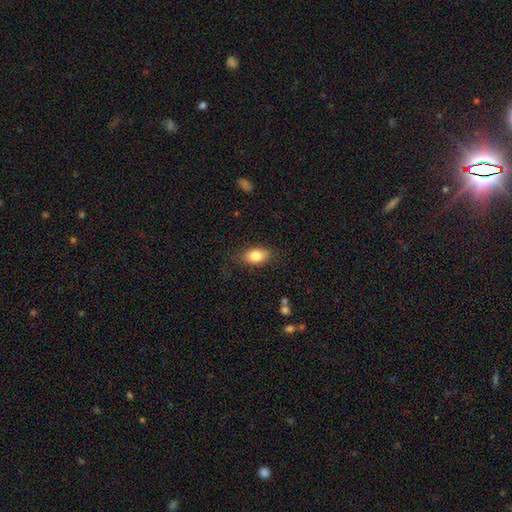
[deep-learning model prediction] Morphology: type=smooth (82%); roundness=in between (87%); merging=none (82%).